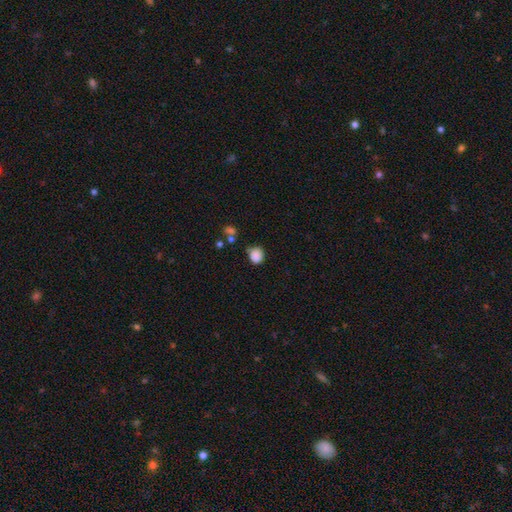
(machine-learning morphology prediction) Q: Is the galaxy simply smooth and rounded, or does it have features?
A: smooth — 86%.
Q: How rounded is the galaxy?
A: round — 78%.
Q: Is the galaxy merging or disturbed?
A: none — 71%.